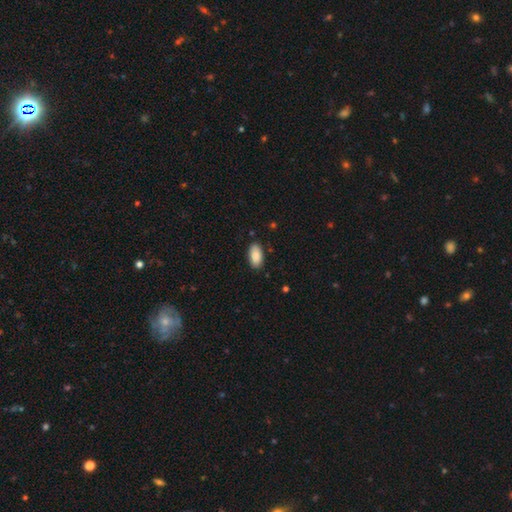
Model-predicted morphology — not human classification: Overall: smooth (89%). How rounded: in between (94%). Merging: none (86%).